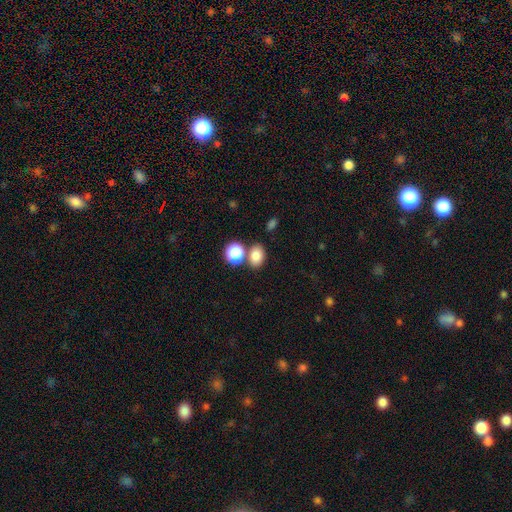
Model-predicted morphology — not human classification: type=smooth (81%); roundness=in between (65%); merging=none (67%).